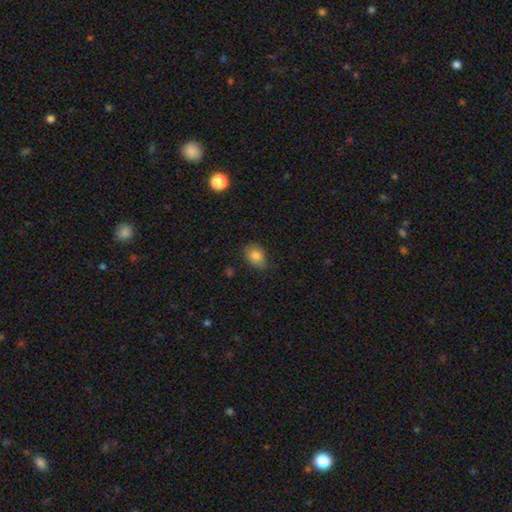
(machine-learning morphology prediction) Q: Smooth or featured?
A: smooth (83%); runner-up: star or artifact (9%)
Q: How rounded?
A: in between (69%); runner-up: round (30%)
Q: Merging?
A: none (75%); runner-up: minor disturbance (20%)